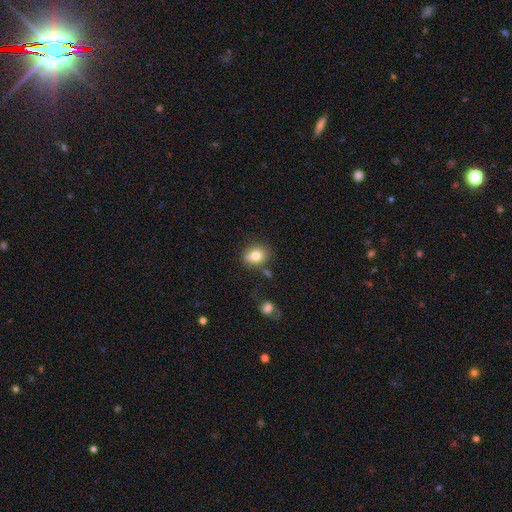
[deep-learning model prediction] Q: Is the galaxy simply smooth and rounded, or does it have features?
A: smooth — 79%.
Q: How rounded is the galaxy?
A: round — 61%.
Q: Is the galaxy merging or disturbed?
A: none — 74%.